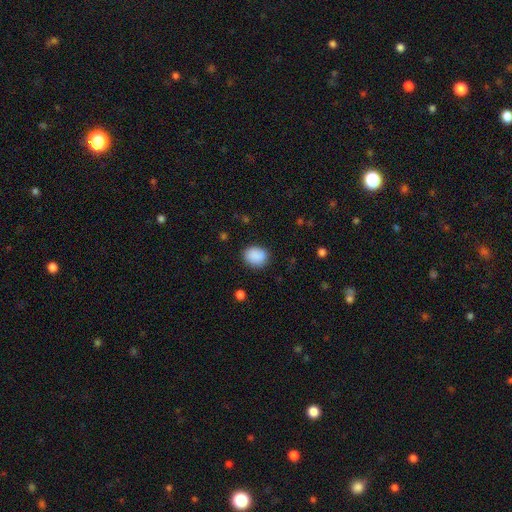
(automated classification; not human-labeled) smooth-or-featured: smooth: 89% | star or artifact: 7% | featured or disk: 4%
  how-rounded: round: 55% | in between: 44% | cigar-shaped: 1%
  merging: none: 85% | minor disturbance: 11% | major disturbance: 3% | merger: 1%